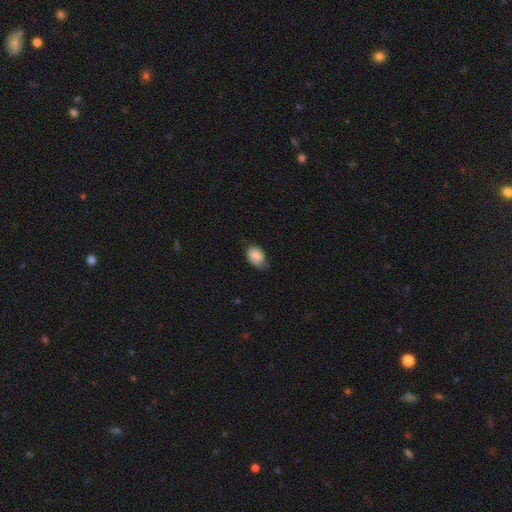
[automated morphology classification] smooth 83%, featured or disk 10%, star or artifact 7%. Down the decision tree: how rounded — in between (82%); merging — none (50%).